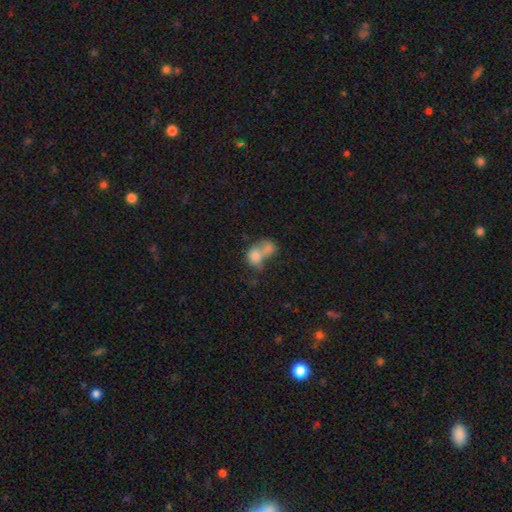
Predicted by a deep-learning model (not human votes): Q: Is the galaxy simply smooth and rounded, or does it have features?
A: smooth — 75%.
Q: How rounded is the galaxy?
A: in between — 56%.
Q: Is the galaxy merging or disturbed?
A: merger — 74%.